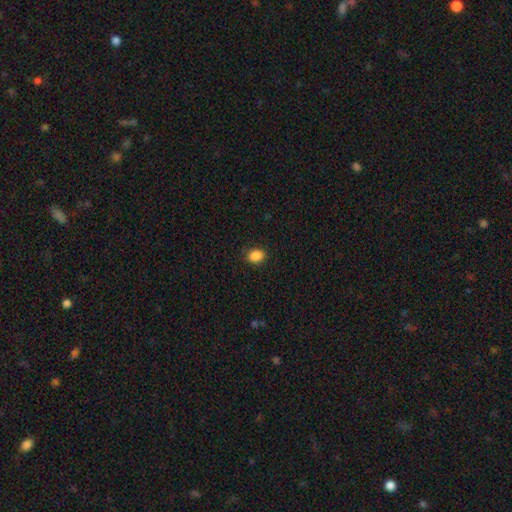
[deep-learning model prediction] Smooth or featured? smooth (88%)
How rounded? in between (64%)
Merging? none (88%)